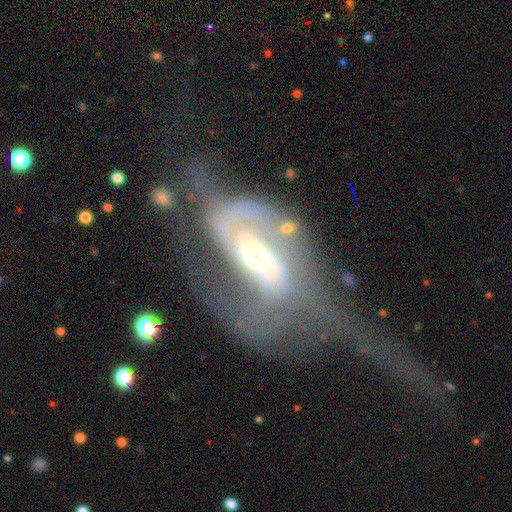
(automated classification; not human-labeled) This appears to be a featured or disk galaxy (80%) with no bar (43%), 2 (58%) medium (42%) spiral arms (83%) and a moderate central bulge (65%). Merging: major disturbance (46%).